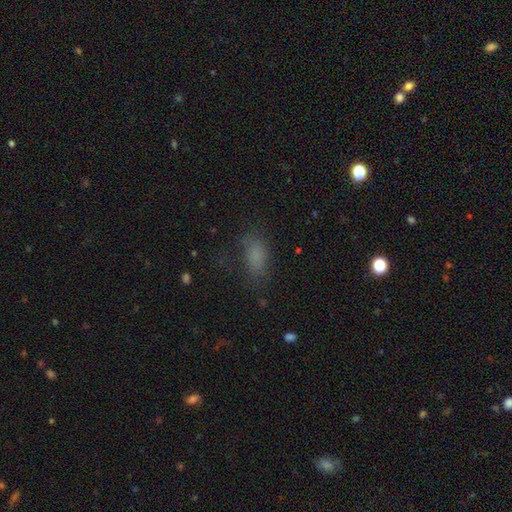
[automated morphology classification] smooth 75%, star or artifact 16%, featured or disk 10%. Down the decision tree: how rounded — in between (86%); merging — none (63%).